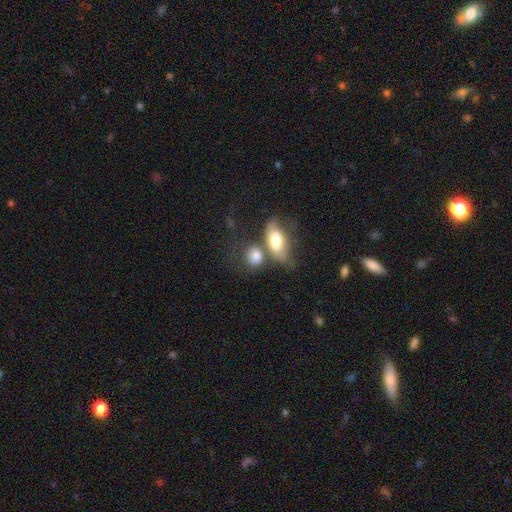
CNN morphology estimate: Smooth or featured? Predicted: smooth (p=0.78). How rounded? Predicted: in between (p=0.64). Merging? Predicted: merger (p=0.44).